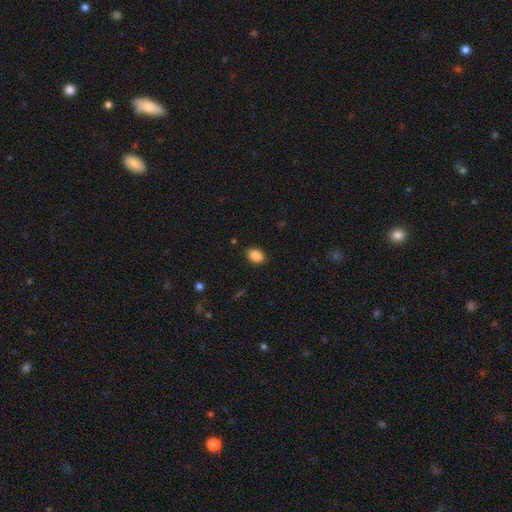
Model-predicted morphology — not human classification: Smooth or featured? smooth (88%)
How rounded? in between (83%)
Merging? none (88%)